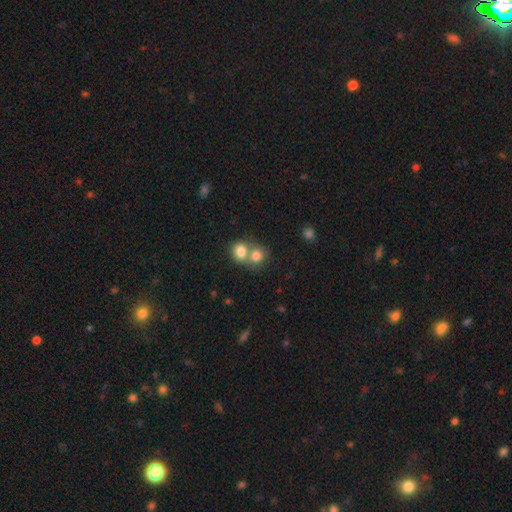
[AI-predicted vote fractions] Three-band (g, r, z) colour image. It shows a smooth galaxy with no disk features (79%) that is round (68%). Merging: merger (62%).